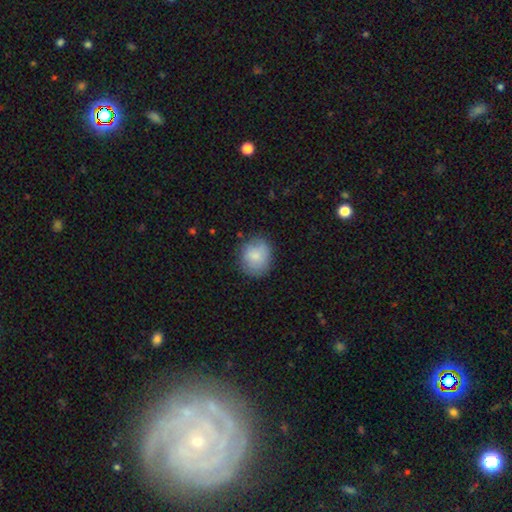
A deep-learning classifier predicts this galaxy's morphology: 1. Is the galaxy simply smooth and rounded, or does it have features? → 80% smooth, 13% featured or disk, 7% star or artifact.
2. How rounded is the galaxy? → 72% round, 27% in between, 1% cigar-shaped.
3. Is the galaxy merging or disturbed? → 75% none, 18% minor disturbance, 5% major disturbance, 1% merger.